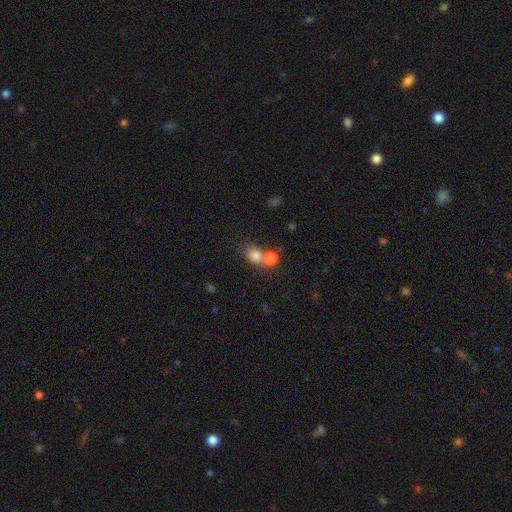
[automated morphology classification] smooth_or_featured: smooth (p=0.78) [alt: star or artifact p=0.13]
how_rounded: round (p=0.61) [alt: in between p=0.37]
merging: merger (p=0.47) [alt: none p=0.41]